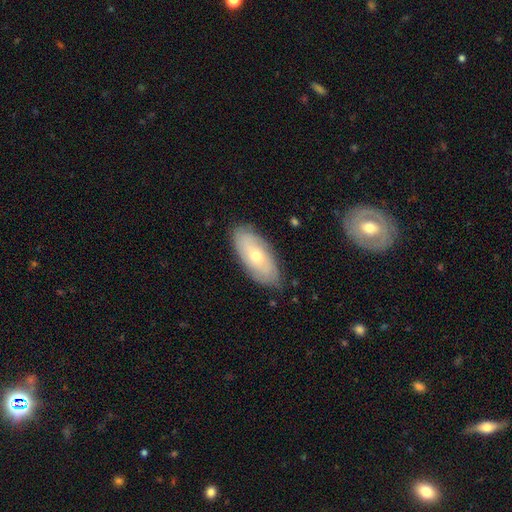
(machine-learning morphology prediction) A featured or disk galaxy (51%).

Vote fractions:
- Smooth or featured? featured or disk: 51% / smooth: 42% / star or artifact: 7%
- Edge-on disk? no: 83% / yes: 17%
- Merging? none: 82% / minor disturbance: 14% / major disturbance: 3% / merger: 1%